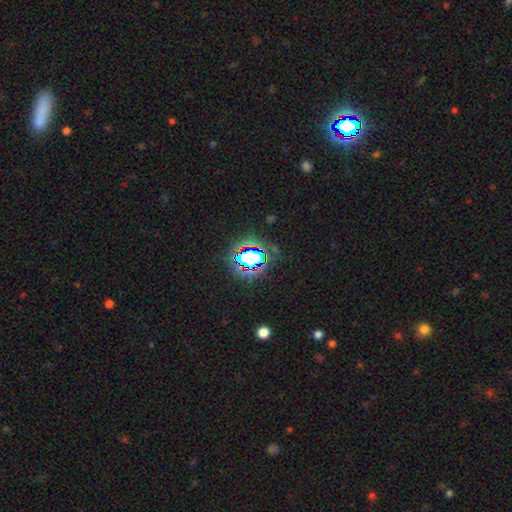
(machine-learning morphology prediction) Smooth or featured? Predicted: star or artifact (p=0.67).